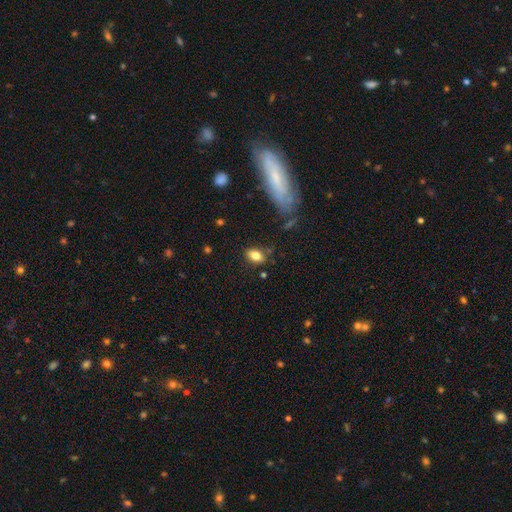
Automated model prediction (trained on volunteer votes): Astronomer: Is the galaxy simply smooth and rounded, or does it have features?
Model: smooth — 80%.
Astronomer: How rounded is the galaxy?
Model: in between — 82%.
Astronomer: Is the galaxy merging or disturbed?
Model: none — 78%.